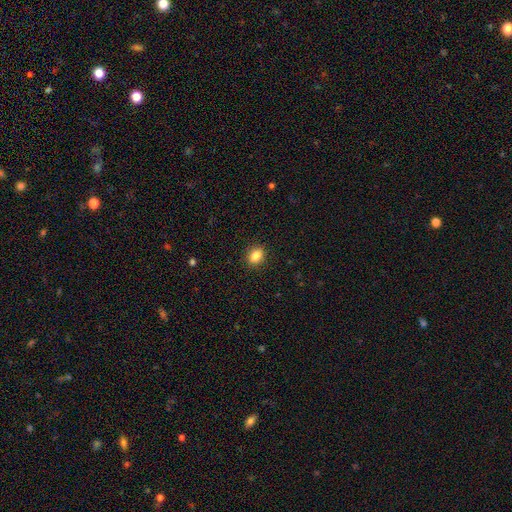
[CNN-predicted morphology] Smooth or featured?
  - smooth: 85% *
  - star or artifact: 10%
  - featured or disk: 5%
How rounded?
  - in between: 56% *
  - round: 43%
  - cigar-shaped: 1%
Merging?
  - none: 90% *
  - minor disturbance: 7%
  - major disturbance: 2%
  - merger: 1%